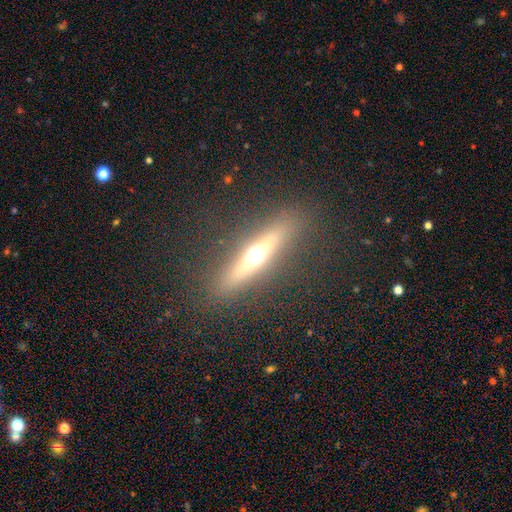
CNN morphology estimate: A featured or disk galaxy (64%) viewed edge-on (95%) with a rounded central bulge (94%).

Vote fractions:
- Smooth or featured? featured or disk: 64% / smooth: 27% / star or artifact: 9%
- Edge-on disk? yes: 95% / no: 5%
- Edge-on bulge? rounded: 94% / none: 3% / boxy: 3%
- Merging? none: 88% / minor disturbance: 7% / major disturbance: 3% / merger: 1%